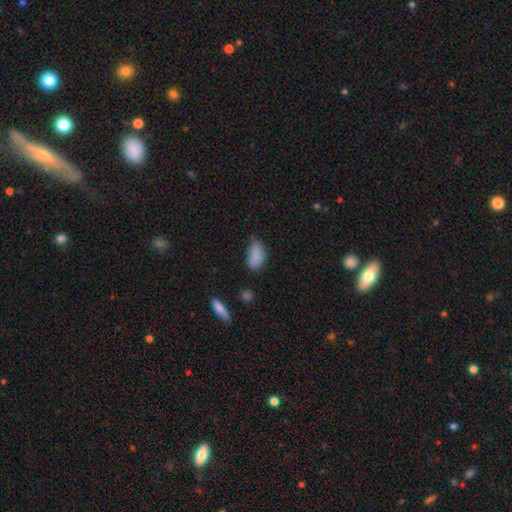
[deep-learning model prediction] Q: Smooth or featured?
A: smooth (85%); runner-up: star or artifact (9%)
Q: How rounded?
A: in between (92%); runner-up: round (5%)
Q: Merging?
A: none (59%); runner-up: minor disturbance (31%)